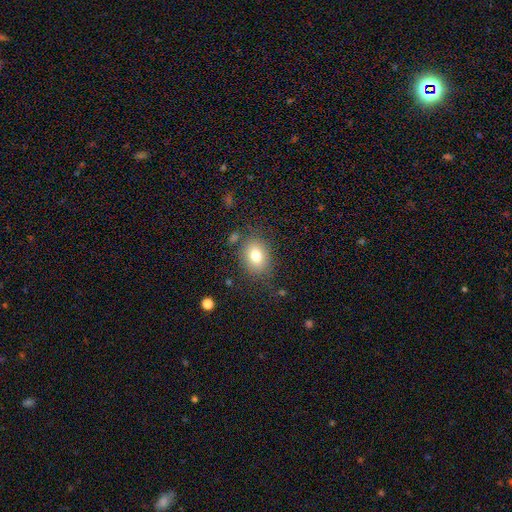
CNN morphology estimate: This is likely a smooth galaxy (78%). How rounded: possibly in between (57%). Merging: likely none (79%).